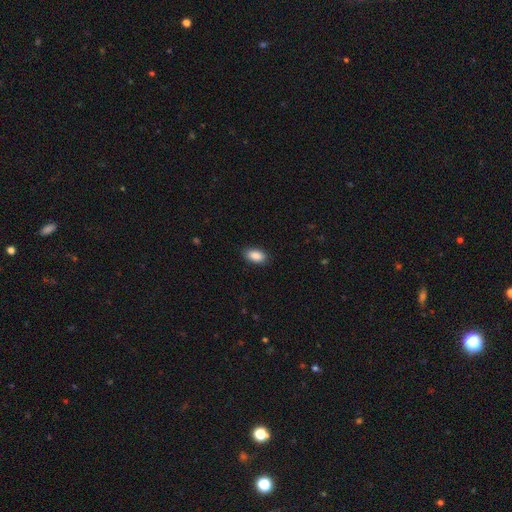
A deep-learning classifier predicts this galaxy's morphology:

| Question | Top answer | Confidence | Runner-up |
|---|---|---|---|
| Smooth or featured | smooth | 89% | star or artifact (7%) |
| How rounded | in between | 93% | round (4%) |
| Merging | none | 87% | minor disturbance (10%) |